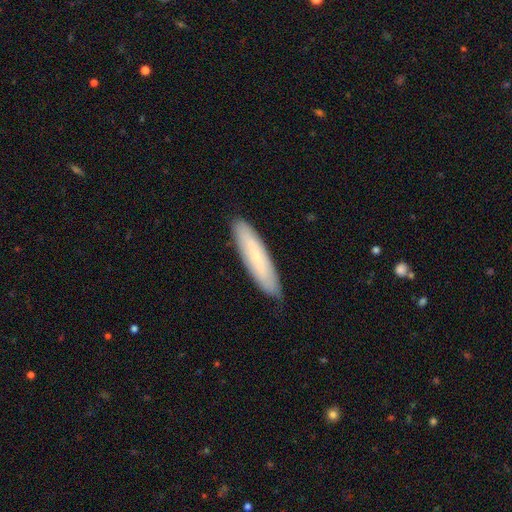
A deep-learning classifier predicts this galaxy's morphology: A smooth galaxy with no disk features (61%) that is cigar-shaped (78%). Merging: none (86%).